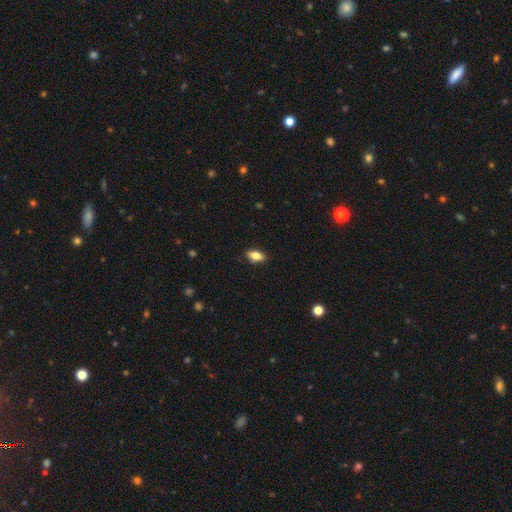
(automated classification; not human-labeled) This is likely a smooth galaxy (79%). How rounded: clearly in between (87%). Merging: clearly none (88%).